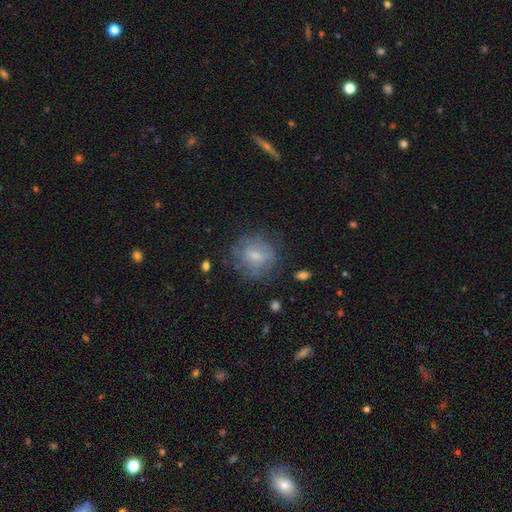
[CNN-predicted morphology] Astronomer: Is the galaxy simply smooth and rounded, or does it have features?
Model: smooth — 46% (runner-up: featured or disk, 44%).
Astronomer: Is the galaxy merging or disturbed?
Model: none — 66%.